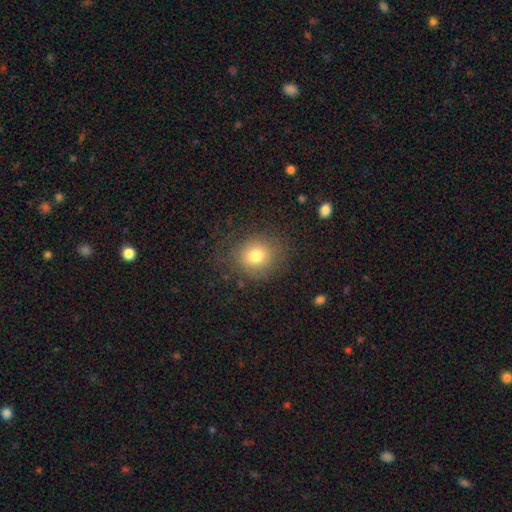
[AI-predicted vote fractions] A smooth galaxy with no disk features (77%) that is round (84%). Merging: none (79%).